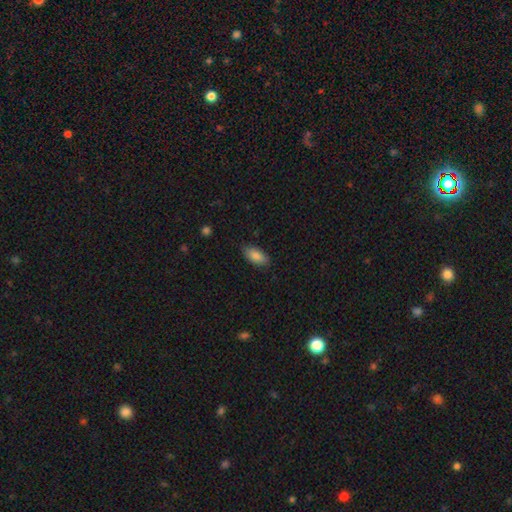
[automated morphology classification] A smooth galaxy with no disk features (86%) that is in between round and cigar-shaped (90%).

Vote fractions:
- Smooth or featured? smooth: 86% / featured or disk: 7% / star or artifact: 7%
- How rounded? in between: 90% / cigar-shaped: 8% / round: 2%
- Merging? none: 84% / minor disturbance: 12% / major disturbance: 2% / merger: 1%